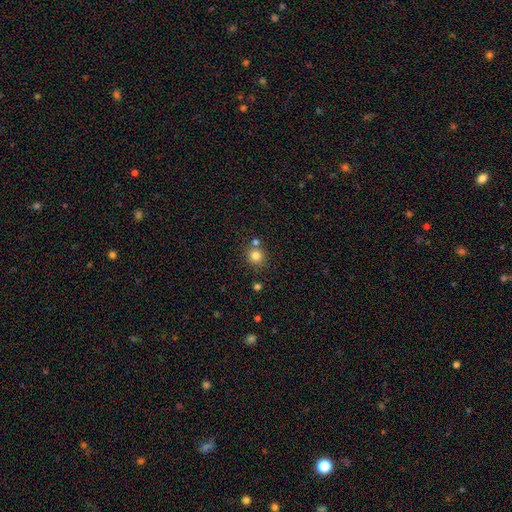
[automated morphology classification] This is clearly a smooth galaxy (81%). How rounded: clearly round (88%). Merging: likely none (70%).